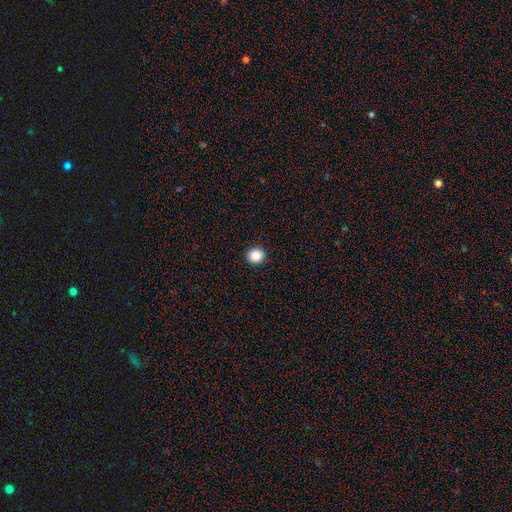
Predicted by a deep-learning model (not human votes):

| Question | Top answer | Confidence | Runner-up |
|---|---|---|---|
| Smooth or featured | smooth | 85% | star or artifact (10%) |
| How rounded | round | 89% | in between (10%) |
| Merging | none | 93% | minor disturbance (4%) |